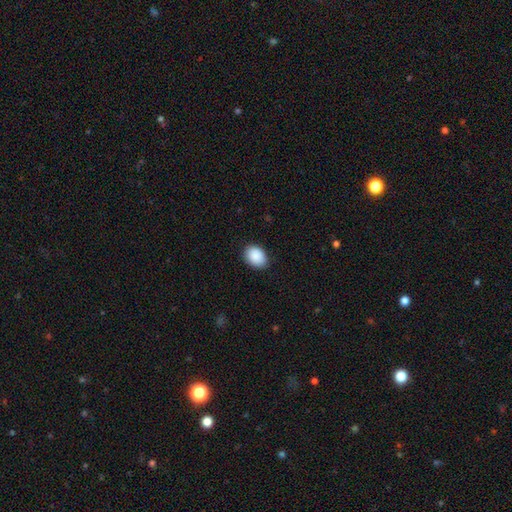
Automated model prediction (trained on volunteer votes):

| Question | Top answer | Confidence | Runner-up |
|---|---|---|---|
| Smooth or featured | smooth | 90% | star or artifact (7%) |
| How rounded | in between | 72% | round (27%) |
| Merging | none | 86% | minor disturbance (11%) |